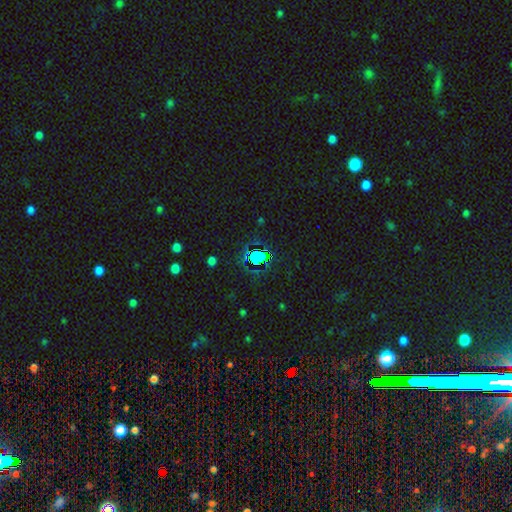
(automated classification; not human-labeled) star or artifact 69%, smooth 21%, featured or disk 10%.